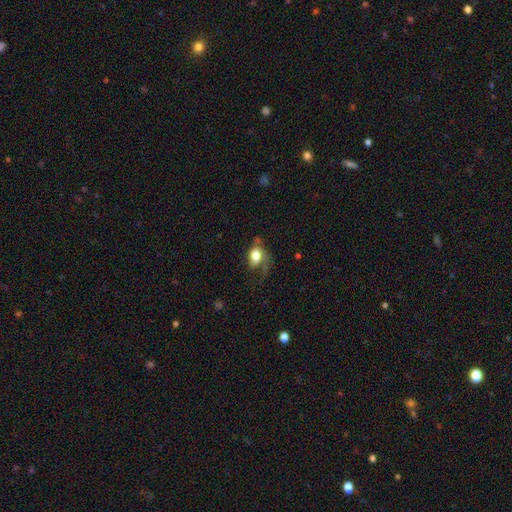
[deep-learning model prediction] A smooth galaxy with no disk features (66%) that is in between round and cigar-shaped (75%). Merging: major disturbance (41%).